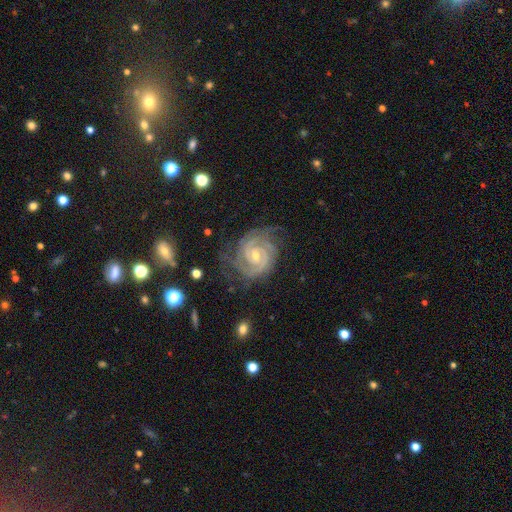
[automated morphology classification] This is clearly a featured or disk galaxy (92%). It is clearly not viewed edge-on (98%). Bar: possibly no (53%). Spiral arm pattern: clearly yes (99%). Spiral arm count: marginally 2 (40%). Spiral winding: likely tight (74%). Central bulge: likely small (60%). Merging: likely none (71%).